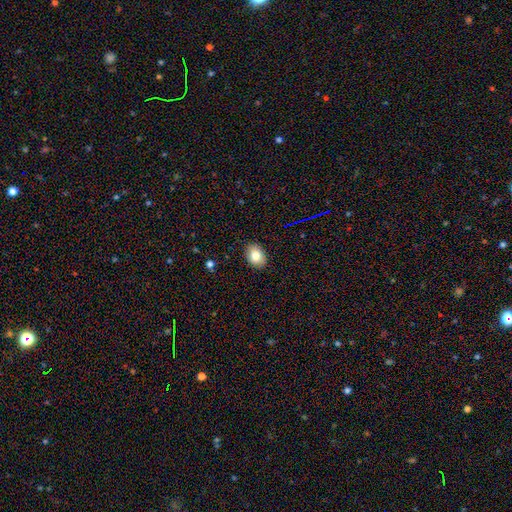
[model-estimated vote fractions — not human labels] smooth-or-featured: smooth: 81% | featured or disk: 10% | star or artifact: 9%
  how-rounded: in between: 77% | round: 22% | cigar-shaped: 1%
  merging: none: 88% | minor disturbance: 9% | major disturbance: 2% | merger: 1%